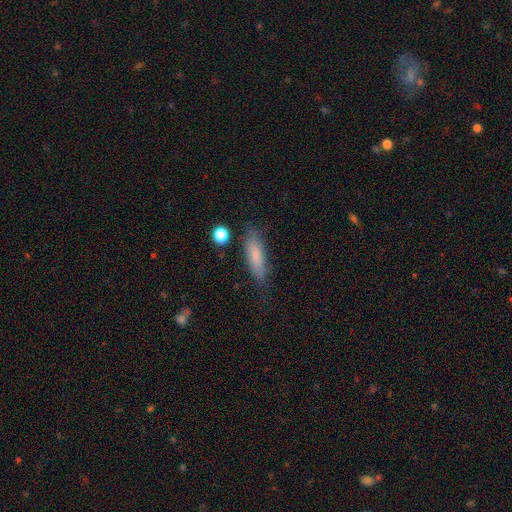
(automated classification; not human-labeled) smooth 72%, featured or disk 20%, star or artifact 7%. Down the decision tree: how rounded — cigar-shaped (56%); merging — none (77%).